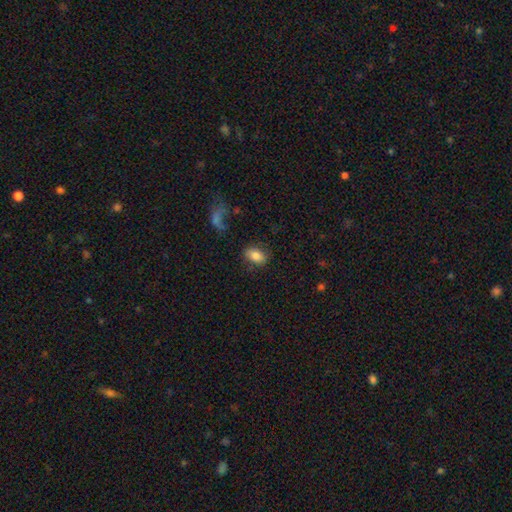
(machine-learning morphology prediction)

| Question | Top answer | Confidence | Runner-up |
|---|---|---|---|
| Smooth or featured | smooth | 82% | featured or disk (10%) |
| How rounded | in between | 87% | round (11%) |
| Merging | none | 79% | minor disturbance (12%) |